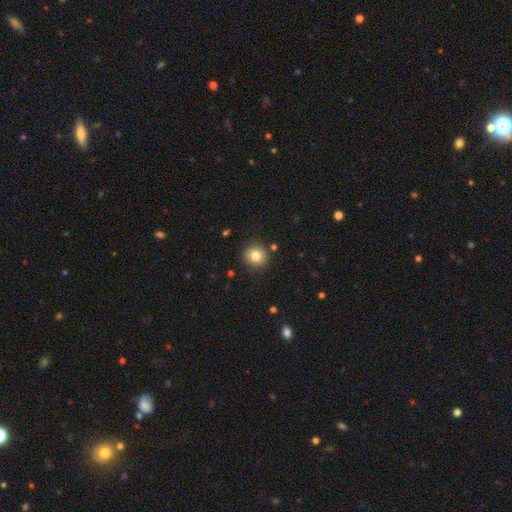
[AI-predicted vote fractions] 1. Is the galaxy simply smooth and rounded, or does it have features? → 81% smooth, 11% star or artifact, 8% featured or disk.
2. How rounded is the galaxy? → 90% round, 9% in between, 1% cigar-shaped.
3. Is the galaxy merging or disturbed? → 89% none, 7% minor disturbance, 2% merger, 2% major disturbance.